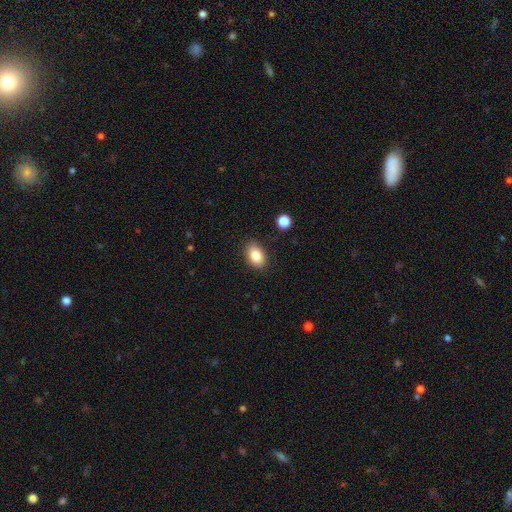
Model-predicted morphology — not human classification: The model was most divided on "how rounded": in between: 83%, round: 16%, cigar-shaped: 1%. More confident: merging — none (84%); smooth or featured — smooth (83%).